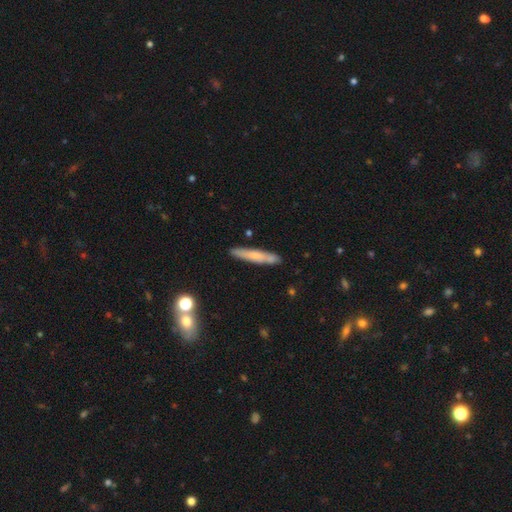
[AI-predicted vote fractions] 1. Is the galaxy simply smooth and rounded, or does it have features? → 58% smooth, 36% featured or disk, 6% star or artifact.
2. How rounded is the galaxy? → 92% cigar-shaped, 6% in between, 2% round.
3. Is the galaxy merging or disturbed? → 84% none, 11% minor disturbance, 3% merger, 2% major disturbance.